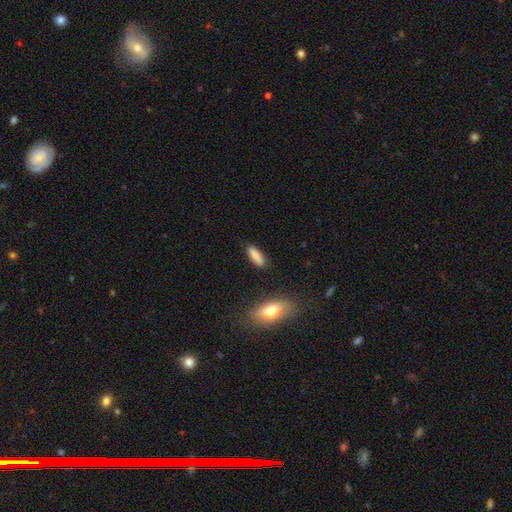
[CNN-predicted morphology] smooth_or_featured: smooth (p=0.85) [alt: featured or disk p=0.08]
how_rounded: cigar-shaped (p=0.54) [alt: in between p=0.44]
merging: none (p=0.83) [alt: minor disturbance p=0.11]